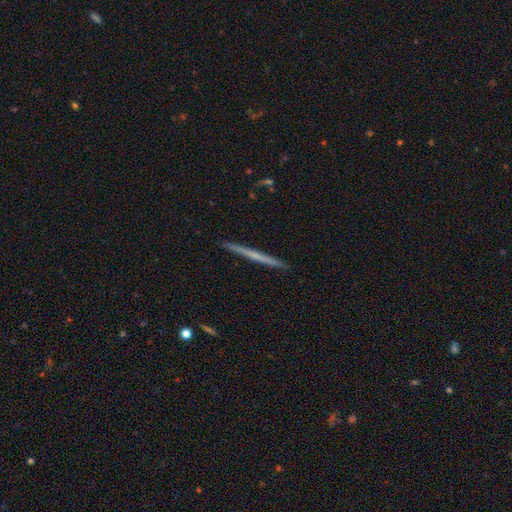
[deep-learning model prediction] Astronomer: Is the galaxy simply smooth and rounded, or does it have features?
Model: featured or disk — 51% (runner-up: smooth, 44%).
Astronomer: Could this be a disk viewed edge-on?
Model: yes — 98%.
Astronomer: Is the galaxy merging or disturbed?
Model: none — 93%.